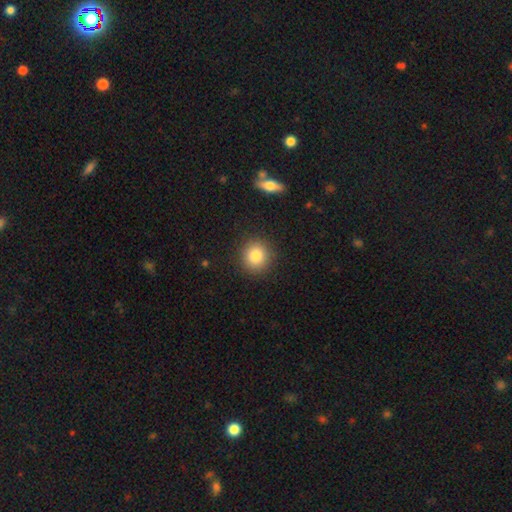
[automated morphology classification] Overall: smooth (83%). How rounded: round (90%). Merging: none (90%).